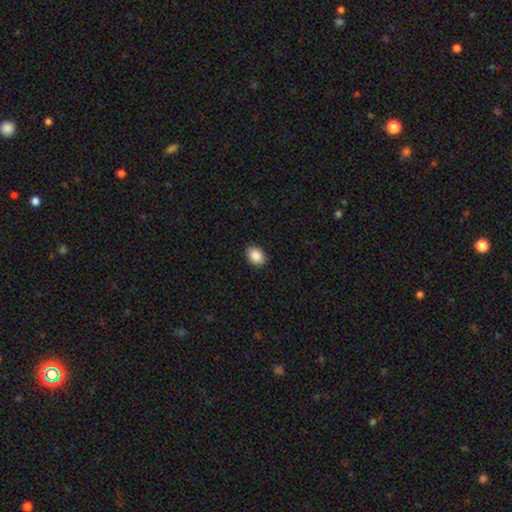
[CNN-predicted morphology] A smooth galaxy with no disk features (89%) that is in between round and cigar-shaped (72%). Merging: none (89%).